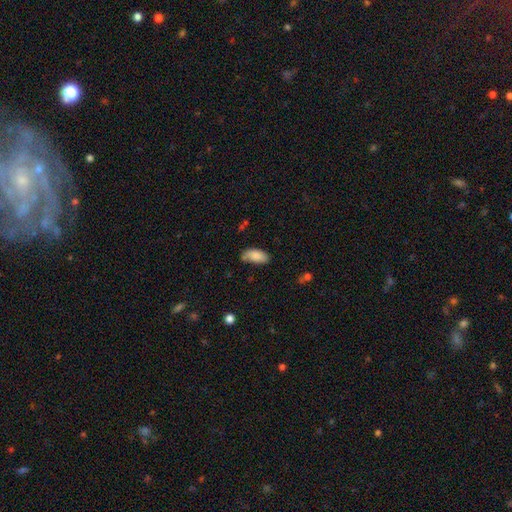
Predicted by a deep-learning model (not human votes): smooth 85%, featured or disk 8%, star or artifact 7%. Down the decision tree: how rounded — in between (92%); merging — none (68%).